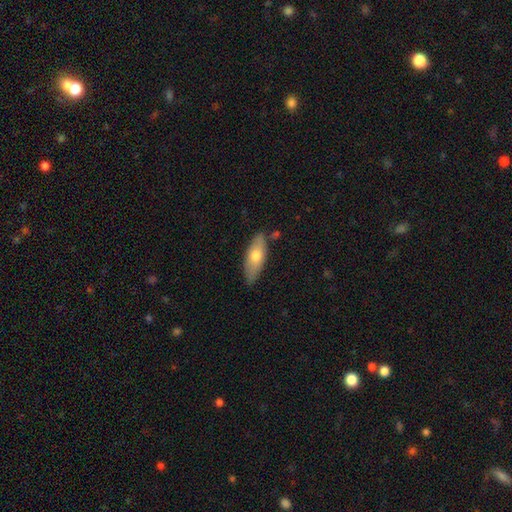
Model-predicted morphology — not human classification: This appears to be a smooth galaxy with no disk features (65%) that is in between round and cigar-shaped (66%). Merging: none (77%).